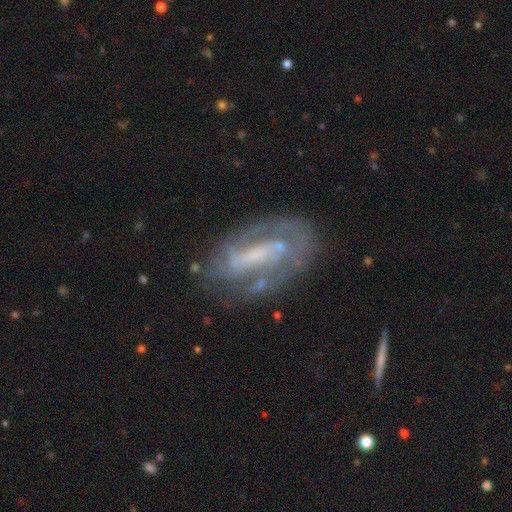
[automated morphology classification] This appears to be a featured or disk galaxy (80%) with a weak bar (39%), 2 (56%) tight (44%) spiral arms (85%) and a small central bulge (38%). Merging: none (65%).